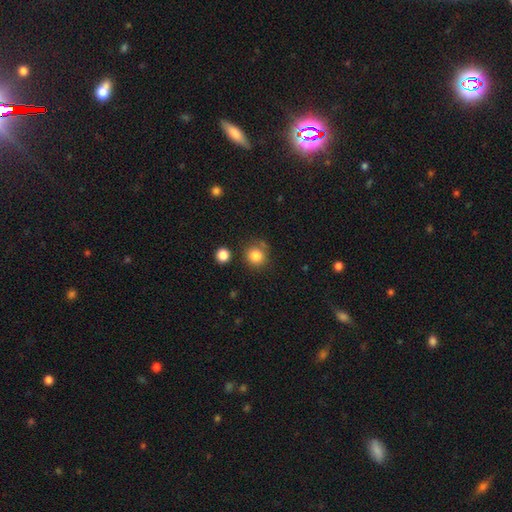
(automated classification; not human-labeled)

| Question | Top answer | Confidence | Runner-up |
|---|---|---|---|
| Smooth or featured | smooth | 83% | star or artifact (11%) |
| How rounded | round | 89% | in between (10%) |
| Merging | none | 74% | minor disturbance (14%) |